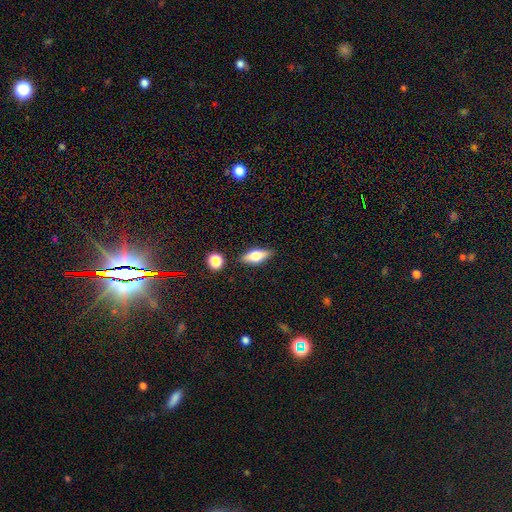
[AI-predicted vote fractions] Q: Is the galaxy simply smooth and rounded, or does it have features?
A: smooth — 58%.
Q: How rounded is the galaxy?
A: in between — 69%.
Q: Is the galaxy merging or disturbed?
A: none — 85%.